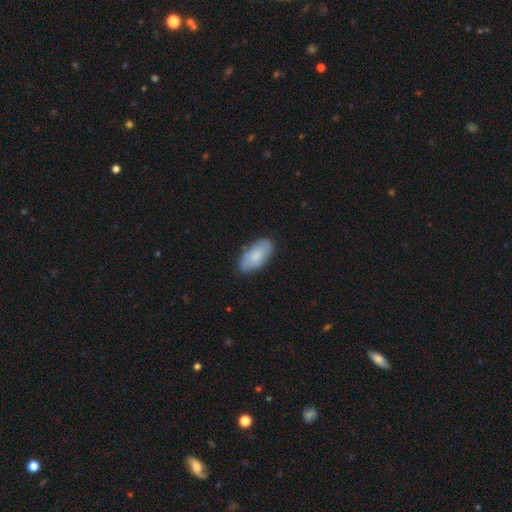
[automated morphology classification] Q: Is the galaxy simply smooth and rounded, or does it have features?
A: smooth — 74%.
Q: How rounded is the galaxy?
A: in between — 94%.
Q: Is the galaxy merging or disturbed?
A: none — 78%.